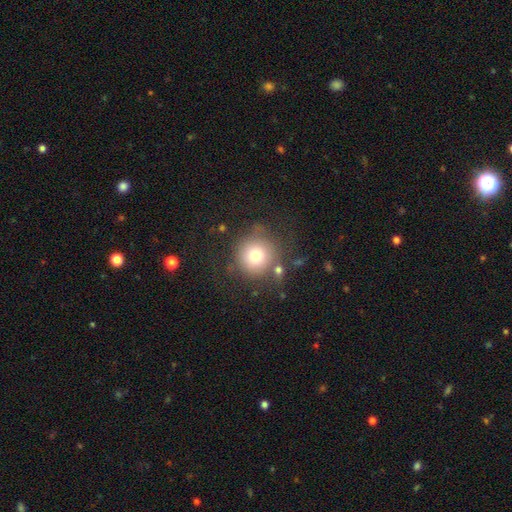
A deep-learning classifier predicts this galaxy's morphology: smooth_or_featured: smooth (p=0.73) [alt: featured or disk p=0.15]
how_rounded: round (p=0.93) [alt: in between p=0.06]
merging: none (p=0.70) [alt: minor disturbance p=0.14]